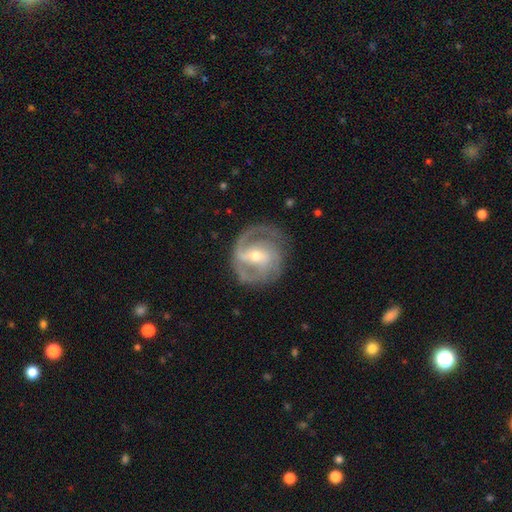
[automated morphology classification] A featured or disk galaxy (89%) with a weak bar (43%), 2 (60%) medium (47%) spiral arms (96%) and a moderate central bulge (51%).

Vote fractions:
- Smooth or featured? featured or disk: 89% / smooth: 6% / star or artifact: 5%
- Edge-on disk? no: 97% / yes: 3%
- Bar? weak: 43% / strong: 35% / no: 22%
- Spiral arms? yes: 96% / no: 4%
- Spiral winding? medium: 47% / tight: 41% / loose: 12%
- Spiral arm count? 2: 60% / 3: 20% / can't tell: 10% / 1: 5% / 4: 3% / more than 4: 3%
- Bulge size? moderate: 51% / small: 46% / large: 2% / none: 1% / dominant: 1%
- Merging? none: 75% / minor disturbance: 16% / major disturbance: 8% / merger: 1%